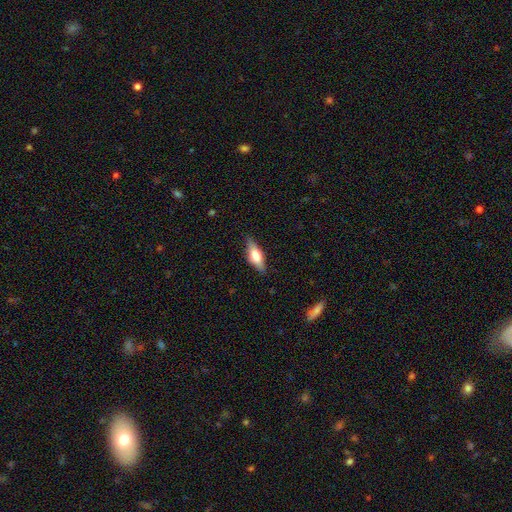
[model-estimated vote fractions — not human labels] smooth 54%, featured or disk 39%, star or artifact 7%. Down the decision tree: how rounded — in between (63%); merging — none (82%).